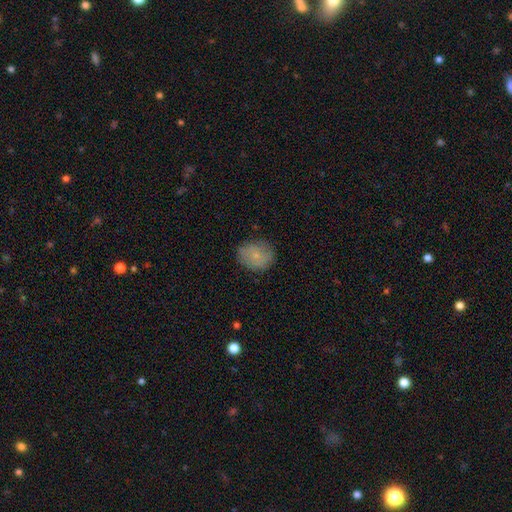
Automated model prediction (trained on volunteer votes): This is likely a smooth galaxy (73%). How rounded: likely round (74%). Merging: likely none (78%).